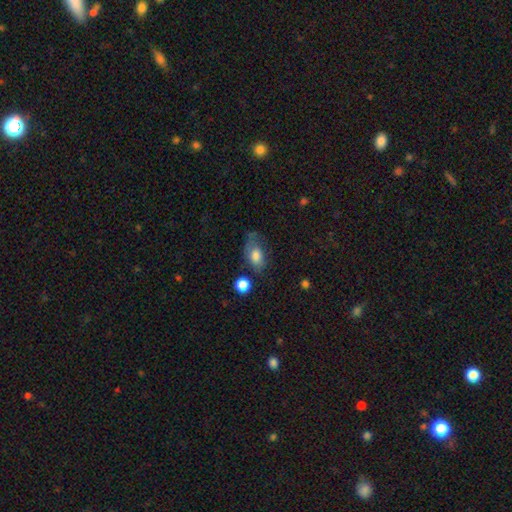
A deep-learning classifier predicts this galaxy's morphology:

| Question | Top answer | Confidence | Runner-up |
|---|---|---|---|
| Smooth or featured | smooth | 74% | featured or disk (18%) |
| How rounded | in between | 86% | round (11%) |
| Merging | none | 44% | minor disturbance (30%) |